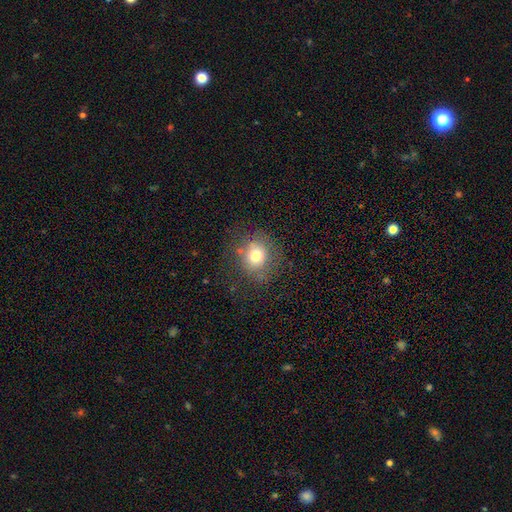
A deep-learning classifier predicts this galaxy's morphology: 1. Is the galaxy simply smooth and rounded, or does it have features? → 75% smooth, 13% star or artifact, 12% featured or disk.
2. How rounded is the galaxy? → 80% round, 19% in between, 1% cigar-shaped.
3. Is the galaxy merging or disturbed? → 75% none, 16% minor disturbance, 7% major disturbance, 2% merger.